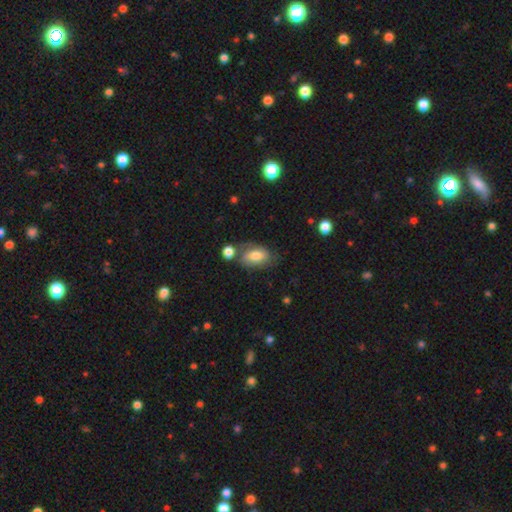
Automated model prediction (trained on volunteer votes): Q: Smooth or featured?
A: smooth (68%); runner-up: featured or disk (24%)
Q: How rounded?
A: in between (89%); runner-up: round (9%)
Q: Merging?
A: none (48%); runner-up: minor disturbance (23%)